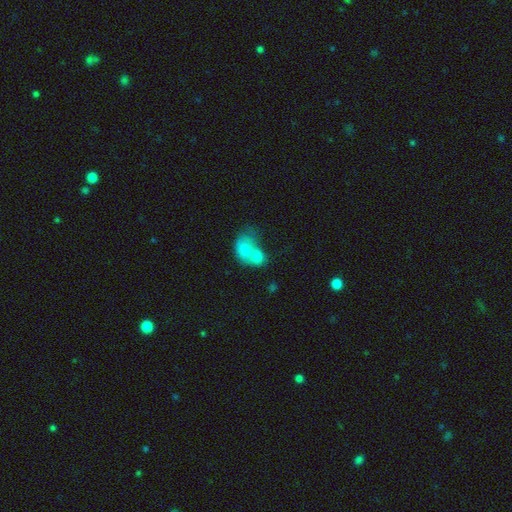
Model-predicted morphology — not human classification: type=smooth (73%); roundness=in between (71%); merging=merger (74%).